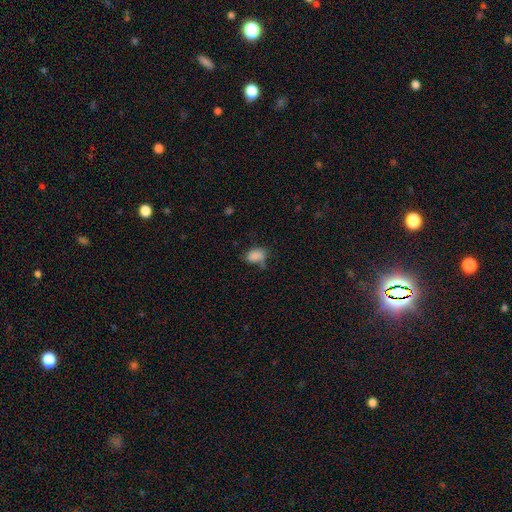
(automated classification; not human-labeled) The model was most divided on "merging": none: 51%, minor disturbance: 30%, major disturbance: 14%, merger: 6%. More confident: how rounded — in between (86%); smooth or featured — smooth (84%).